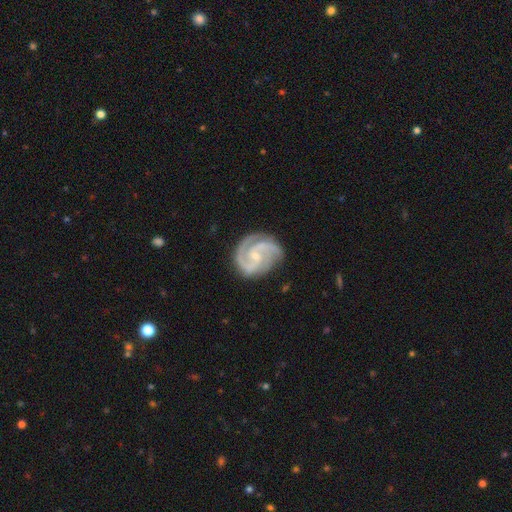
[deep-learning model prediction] featured or disk 93%, star or artifact 4%, smooth 4%. Down the decision tree: edge-on disk — no (98%); bar — no (48%); spiral arms — yes (99%); spiral arm count — 2 (61%); spiral winding — medium (49%); bulge size — small (68%); merging — none (77%).